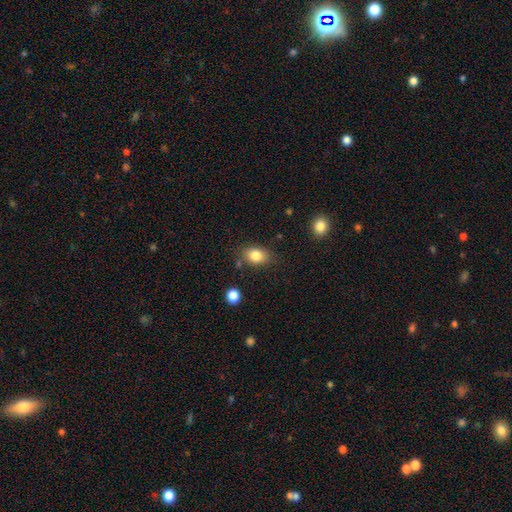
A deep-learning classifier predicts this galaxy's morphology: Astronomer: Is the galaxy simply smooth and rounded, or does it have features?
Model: smooth — 83%.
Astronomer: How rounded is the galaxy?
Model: in between — 75%.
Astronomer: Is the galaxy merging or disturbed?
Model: none — 77%.